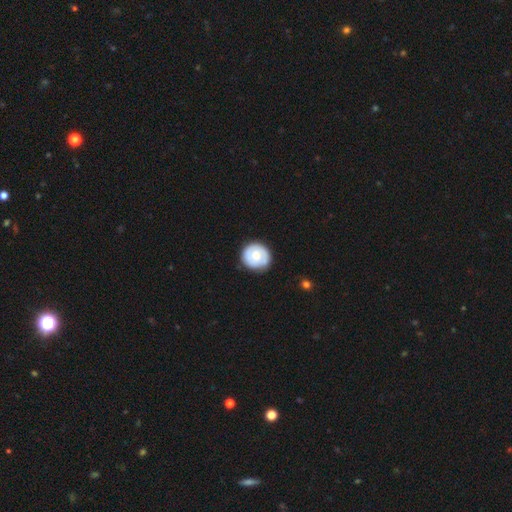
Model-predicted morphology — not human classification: type=smooth (58%); roundness=round (89%); merging=none (82%).